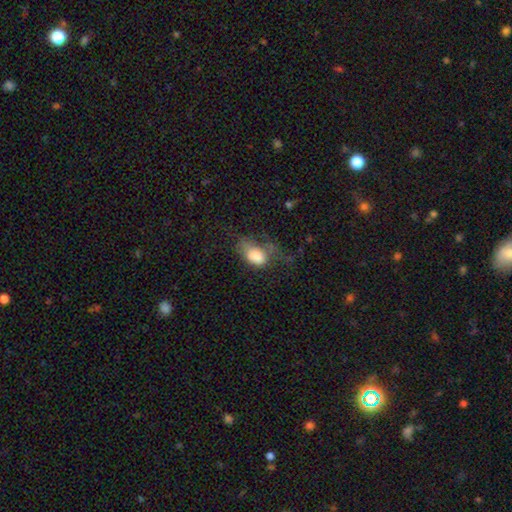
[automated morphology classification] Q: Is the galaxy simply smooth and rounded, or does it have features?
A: smooth — 75%.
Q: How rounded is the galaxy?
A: in between — 88%.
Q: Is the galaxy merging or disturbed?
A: major disturbance — 43%.